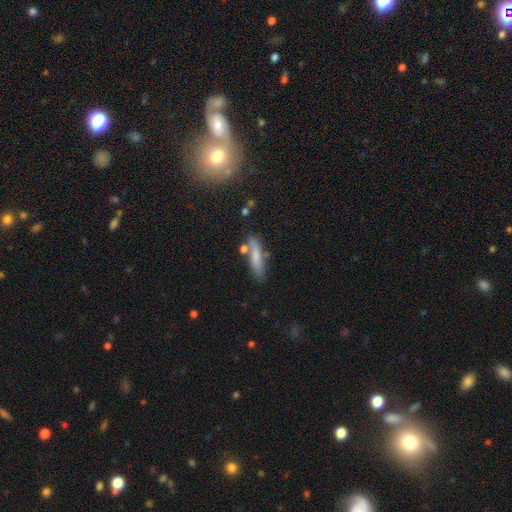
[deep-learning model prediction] smooth-or-featured: smooth: 71% | featured or disk: 21% | star or artifact: 8%
  how-rounded: cigar-shaped: 77% | in between: 21% | round: 2%
  merging: none: 69% | minor disturbance: 17% | merger: 10% | major disturbance: 4%